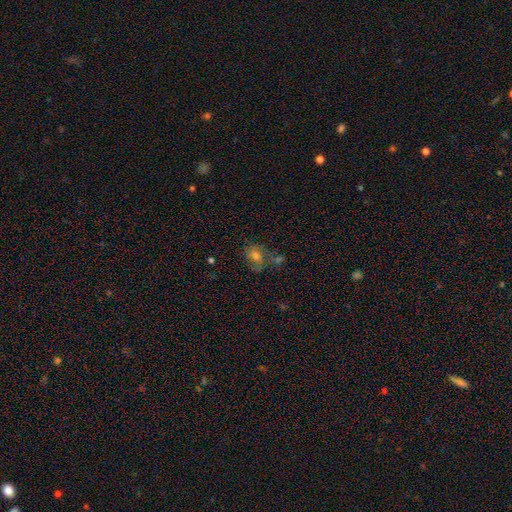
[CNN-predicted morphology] This appears to be a smooth galaxy with no disk features (45%). Merging: none (54%).